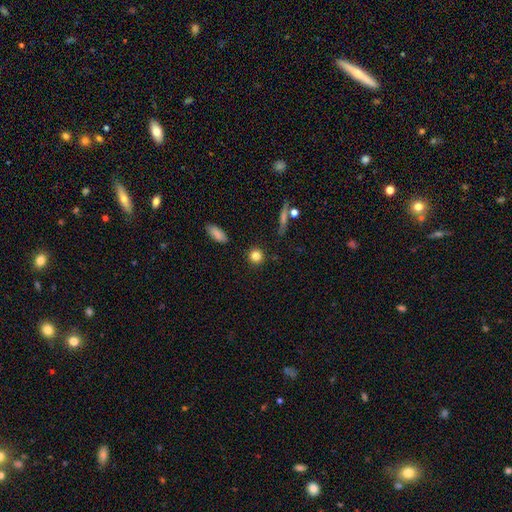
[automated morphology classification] Smooth or featured? Predicted: smooth (p=0.82). How rounded? Predicted: round (p=0.88). Merging? Predicted: none (p=0.89).